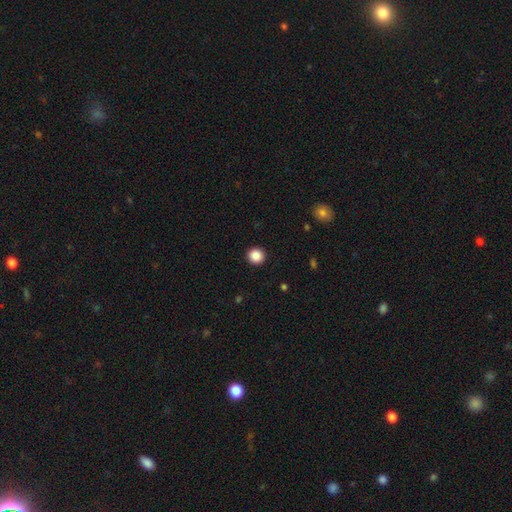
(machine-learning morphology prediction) The model was most divided on "smooth or featured": smooth: 88%, star or artifact: 10%, featured or disk: 3%. More confident: how rounded — round (94%); merging — none (93%).